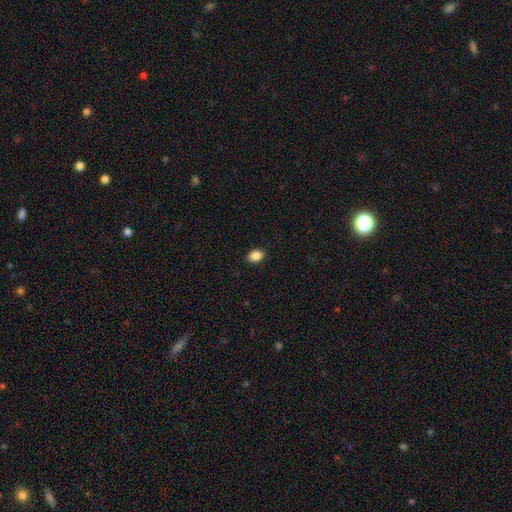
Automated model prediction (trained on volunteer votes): This appears to be a smooth galaxy with no disk features (88%) that is in between round and cigar-shaped (70%). Merging: none (90%).